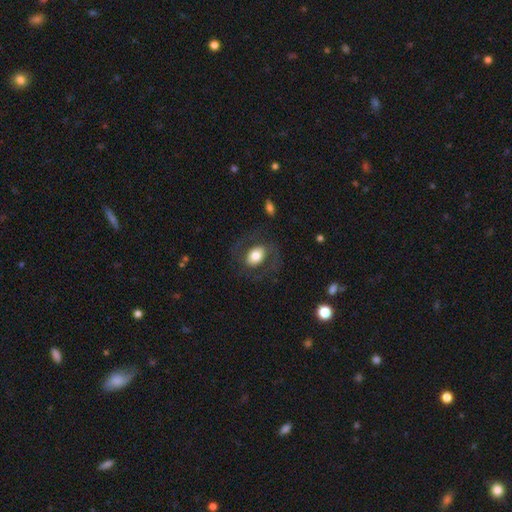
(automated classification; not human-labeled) This is likely a smooth galaxy (62%). How rounded: likely in between (74%). Merging: likely none (73%).